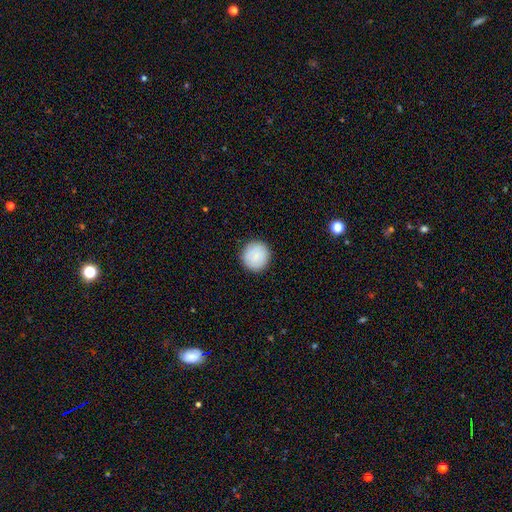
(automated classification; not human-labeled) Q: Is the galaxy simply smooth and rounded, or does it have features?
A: smooth — 87%.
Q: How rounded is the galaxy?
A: round — 94%.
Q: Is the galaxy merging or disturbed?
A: none — 92%.